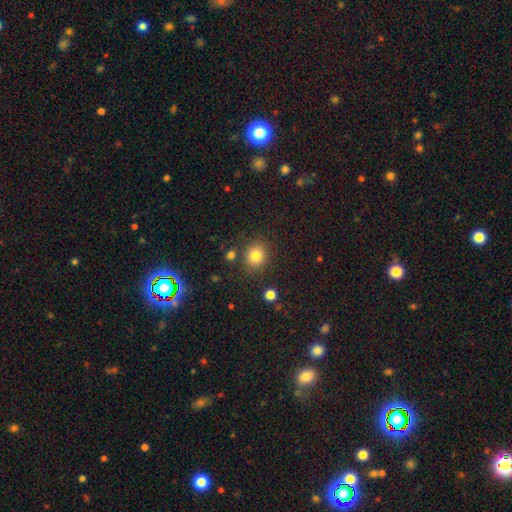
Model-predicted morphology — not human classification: Smooth or featured: smooth — 82% (star or artifact — 11%)
How rounded: round — 78% (in between — 21%)
Merging: none — 83% (minor disturbance — 9%)